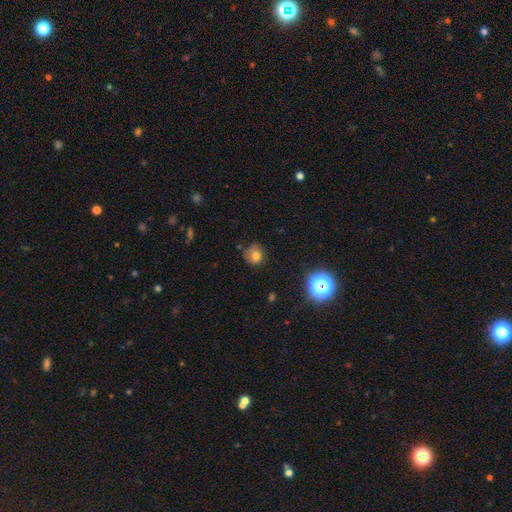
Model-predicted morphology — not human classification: A smooth galaxy with no disk features (69%) that is round (80%).

Vote fractions:
- Smooth or featured? smooth: 69% / featured or disk: 16% / star or artifact: 14%
- How rounded? round: 80% / in between: 19% / cigar-shaped: 1%
- Merging? none: 60% / minor disturbance: 26% / major disturbance: 11% / merger: 3%